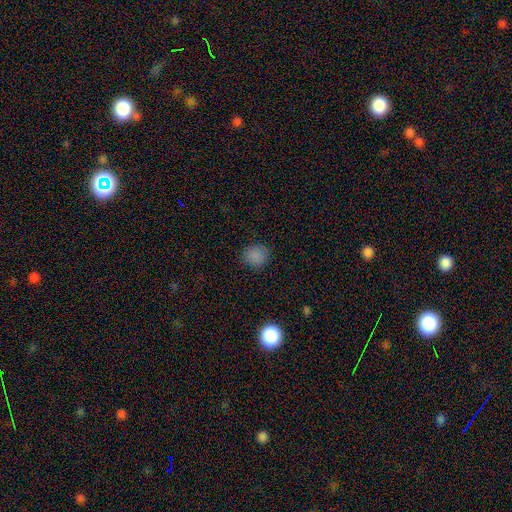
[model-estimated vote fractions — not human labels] Morphology: type=smooth (83%); roundness=round (85%); merging=none (86%).